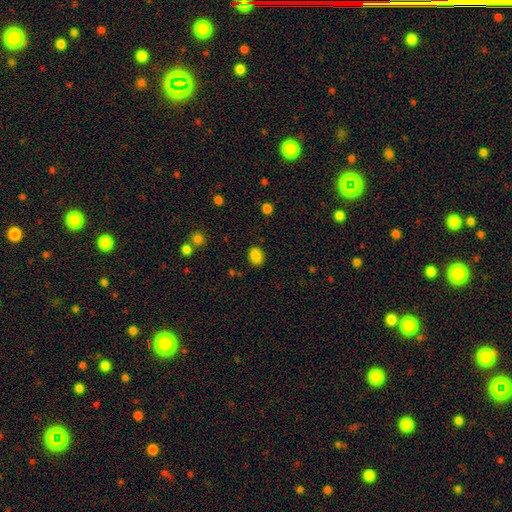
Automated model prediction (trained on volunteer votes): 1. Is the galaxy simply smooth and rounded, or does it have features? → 86% smooth, 11% star or artifact, 3% featured or disk.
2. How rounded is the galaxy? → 63% in between, 36% round, 1% cigar-shaped.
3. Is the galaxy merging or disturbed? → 84% none, 11% minor disturbance, 3% major disturbance, 2% merger.